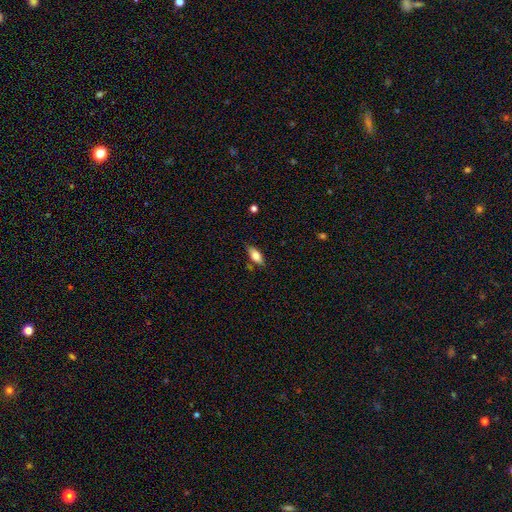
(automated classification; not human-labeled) smooth_or_featured: smooth (p=0.75) [alt: featured or disk p=0.18]
how_rounded: in between (p=0.83) [alt: cigar-shaped p=0.14]
merging: none (p=0.76) [alt: minor disturbance p=0.17]